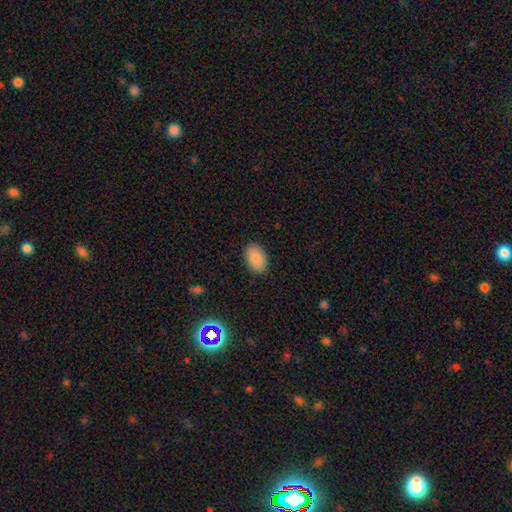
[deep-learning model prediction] Smooth or featured? smooth (84%)
How rounded? in between (88%)
Merging? none (88%)